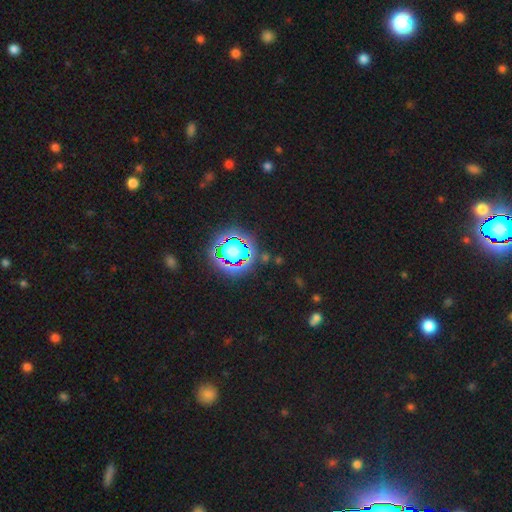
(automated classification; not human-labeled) This appears to be a star or artifact, not a galaxy (76%).